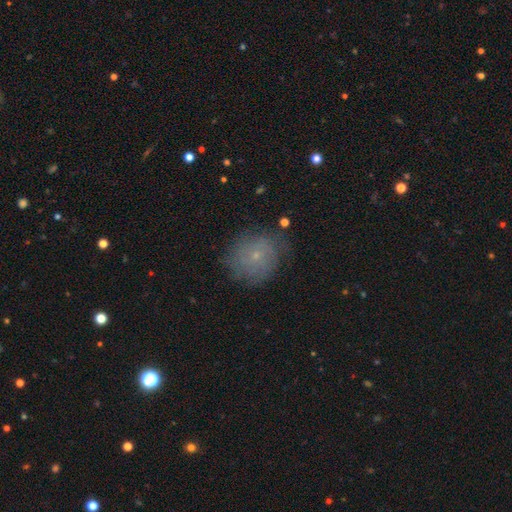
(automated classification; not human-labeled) Smooth or featured: smooth — 51% (featured or disk — 33%)
How rounded: round — 82% (in between — 17%)
Merging: none — 72% (minor disturbance — 20%)